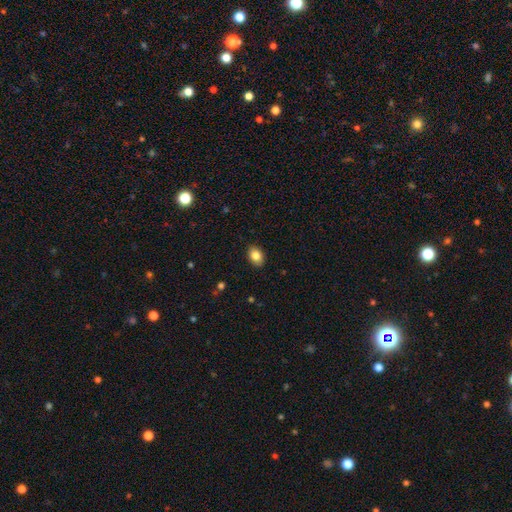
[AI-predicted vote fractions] Morphology: type=smooth (84%); roundness=in between (82%); merging=none (89%).